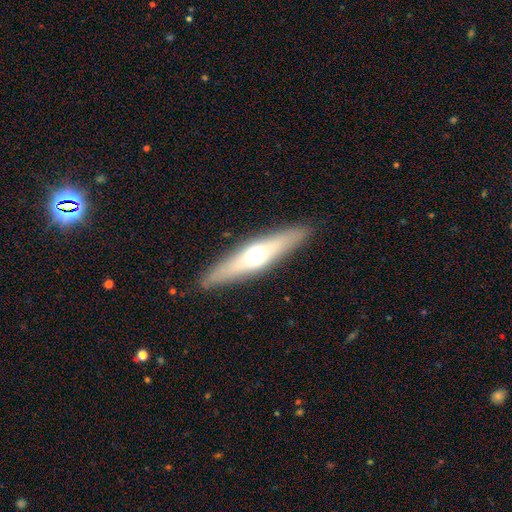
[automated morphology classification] The model was most divided on "smooth or featured": featured or disk: 53%, smooth: 41%, star or artifact: 6%. More confident: merging — none (90%); edge-on disk — yes (88%).